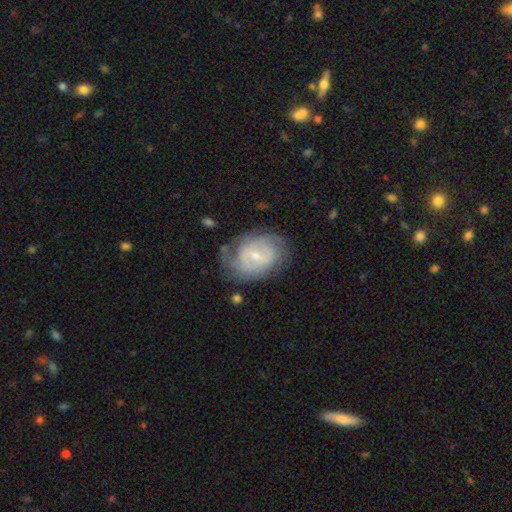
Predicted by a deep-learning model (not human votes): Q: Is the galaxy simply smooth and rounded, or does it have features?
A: featured or disk — 72%.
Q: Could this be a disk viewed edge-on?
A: no — 97%.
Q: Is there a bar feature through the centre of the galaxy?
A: weak — 46%.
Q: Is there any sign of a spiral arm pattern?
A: yes — 82%.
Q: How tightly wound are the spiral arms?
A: tight — 53%.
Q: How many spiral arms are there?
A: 2 — 40%.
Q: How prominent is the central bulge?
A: small — 61%.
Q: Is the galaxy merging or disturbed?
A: none — 63%.